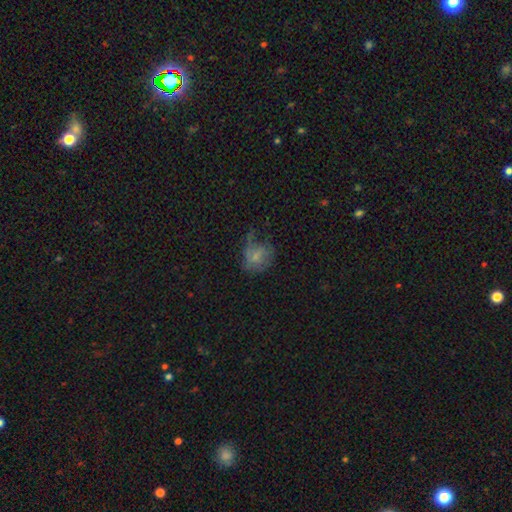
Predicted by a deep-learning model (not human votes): Smooth or featured?
  - smooth: 50% *
  - featured or disk: 38%
  - star or artifact: 12%
How rounded?
  - in between: 51% *
  - round: 47%
  - cigar-shaped: 1%
Merging?
  - major disturbance: 38% *
  - none: 32%
  - minor disturbance: 27%
  - merger: 3%